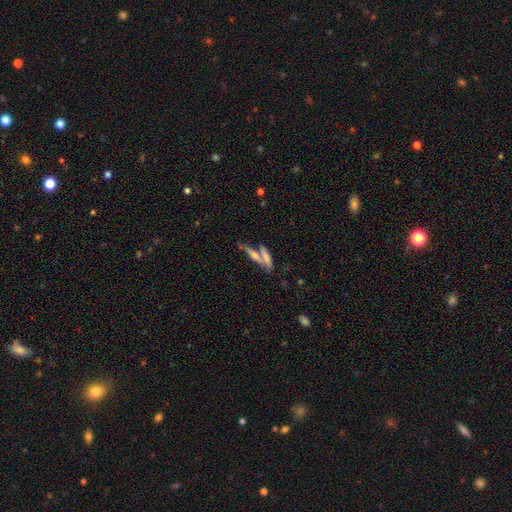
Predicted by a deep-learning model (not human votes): A smooth galaxy with no disk features (50%) that is cigar-shaped (77%). Merging: merger (44%).